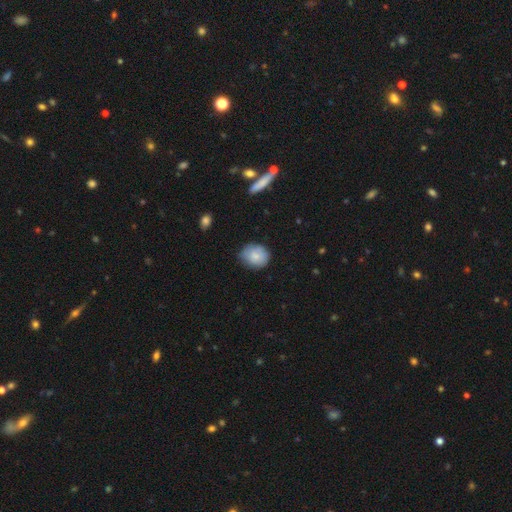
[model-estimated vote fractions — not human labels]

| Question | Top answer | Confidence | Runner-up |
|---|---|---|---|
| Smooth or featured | smooth | 79% | featured or disk (14%) |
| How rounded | round | 61% | in between (38%) |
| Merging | none | 68% | minor disturbance (26%) |